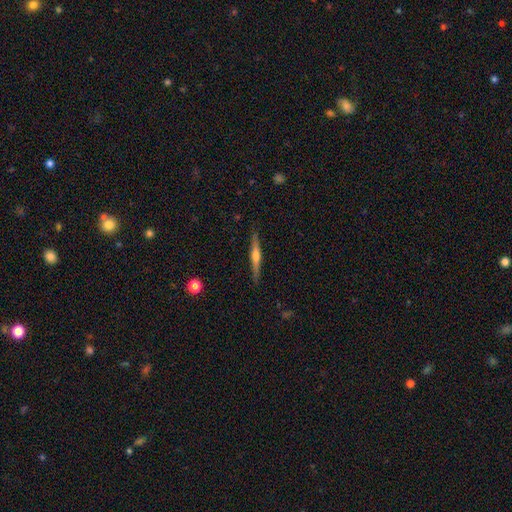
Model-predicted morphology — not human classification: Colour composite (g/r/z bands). It shows a featured or disk galaxy (68%) viewed edge-on (98%) with a rounded central bulge (85%). Merging: none (89%).